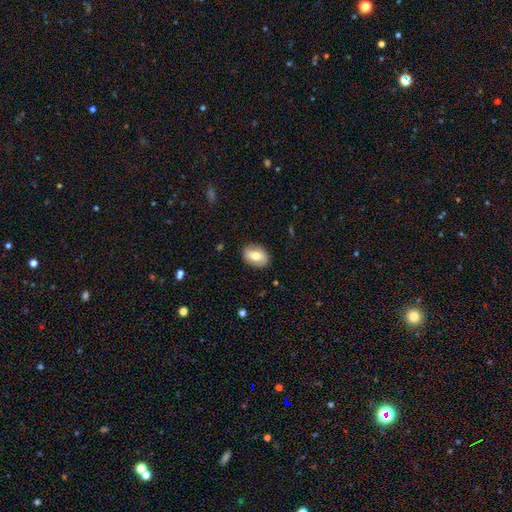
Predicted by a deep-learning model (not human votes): smooth 65%, featured or disk 27%, star or artifact 7%. Down the decision tree: how rounded — in between (81%); merging — none (84%).